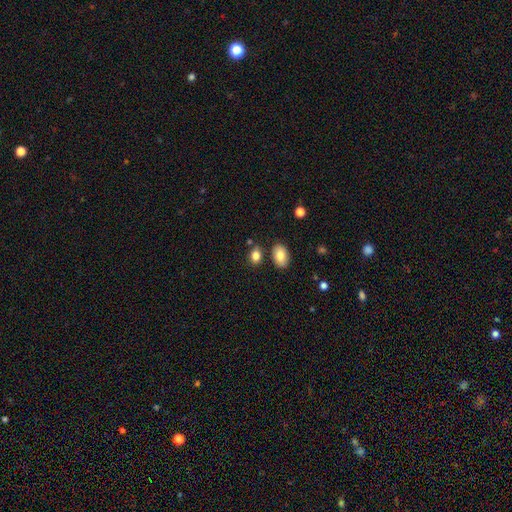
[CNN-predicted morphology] This appears to be a smooth galaxy with no disk features (84%) that is in between round and cigar-shaped (75%). Merging: none (74%).